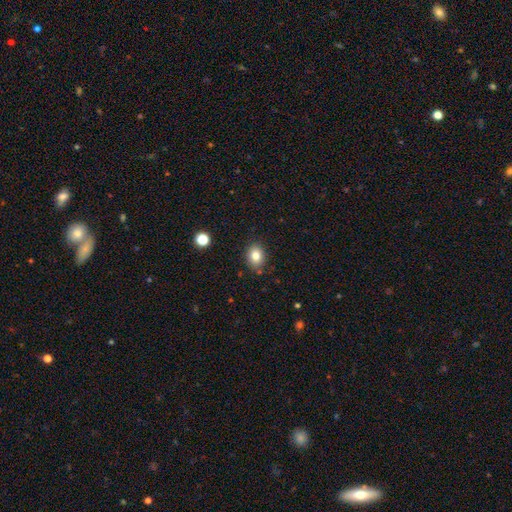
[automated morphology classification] Q: Smooth or featured?
A: smooth (81%); runner-up: star or artifact (10%)
Q: How rounded?
A: in between (54%); runner-up: round (45%)
Q: Merging?
A: none (84%); runner-up: minor disturbance (11%)